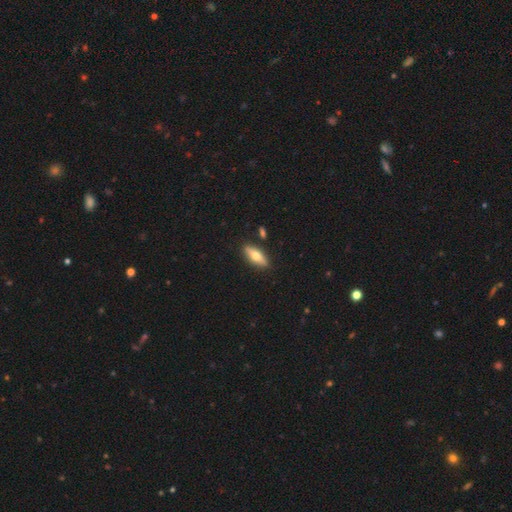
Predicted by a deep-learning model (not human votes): Smooth or featured? Predicted: smooth (p=0.56). How rounded? Predicted: in between (p=0.61). Merging? Predicted: none (p=0.86).